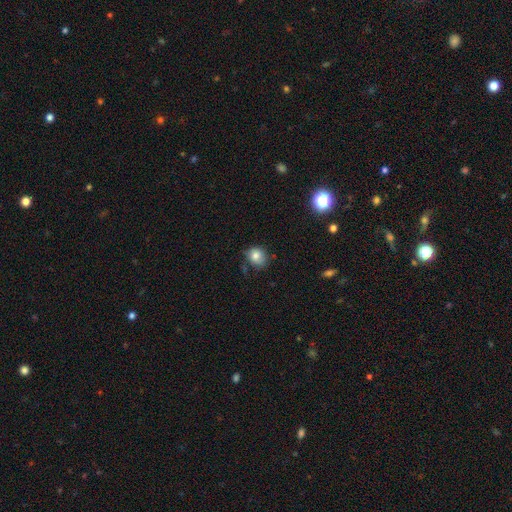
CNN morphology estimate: Overall: smooth (79%). How rounded: round (69%; in between 30%). Merging: none (66%).